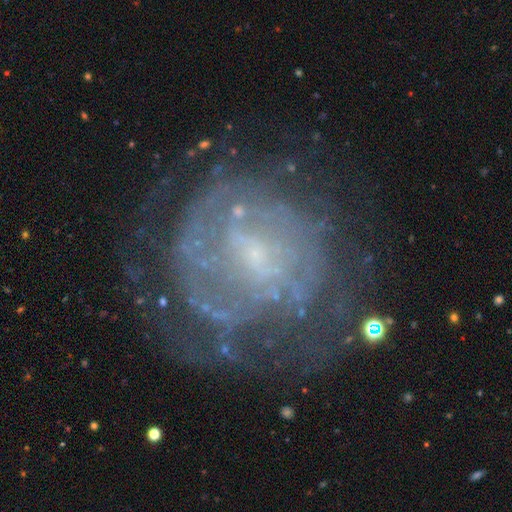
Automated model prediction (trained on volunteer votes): A featured or disk galaxy (74%) with no bar (49%), spiral arms (64%) and a small central bulge (64%). Merging: none (64%).